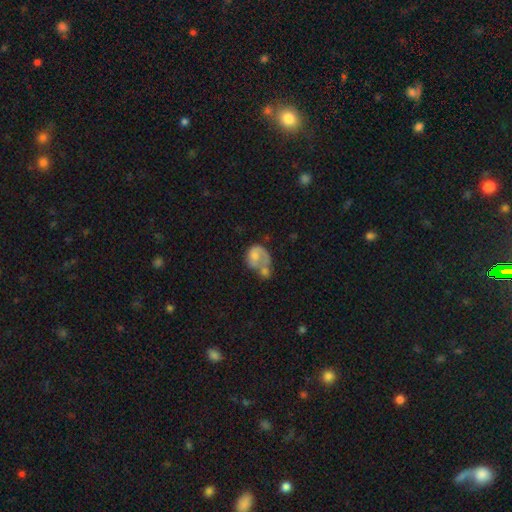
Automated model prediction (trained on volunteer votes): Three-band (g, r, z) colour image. It shows a smooth galaxy with no disk features (48%). Merging: merger (44%).